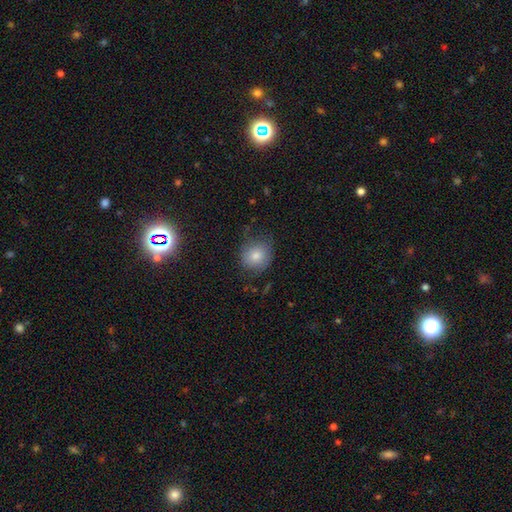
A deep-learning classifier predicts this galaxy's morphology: smooth-or-featured: smooth: 66% | star or artifact: 18% | featured or disk: 17%
  how-rounded: round: 81% | in between: 18% | cigar-shaped: 1%
  merging: none: 68% | minor disturbance: 22% | major disturbance: 8% | merger: 2%